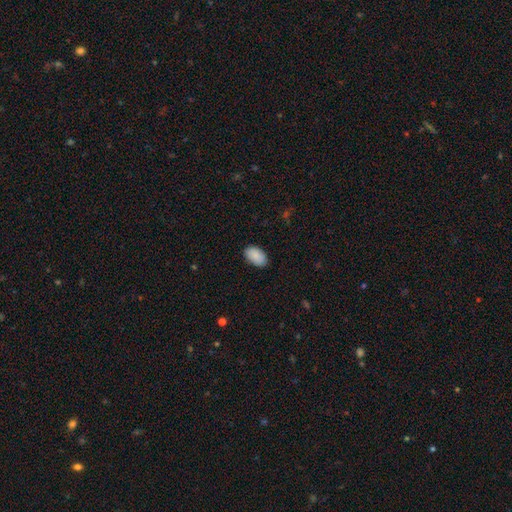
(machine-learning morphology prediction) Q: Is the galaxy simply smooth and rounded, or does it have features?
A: smooth — 89%.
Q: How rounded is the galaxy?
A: in between — 94%.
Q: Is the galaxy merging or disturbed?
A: none — 85%.